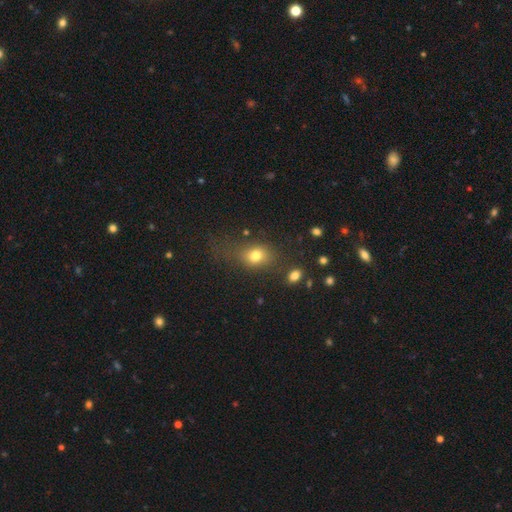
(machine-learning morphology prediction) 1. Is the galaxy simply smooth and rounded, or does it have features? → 77% smooth, 13% star or artifact, 10% featured or disk.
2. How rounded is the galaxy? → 58% in between, 39% round, 2% cigar-shaped.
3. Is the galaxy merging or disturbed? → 60% none, 19% minor disturbance, 16% major disturbance, 5% merger.